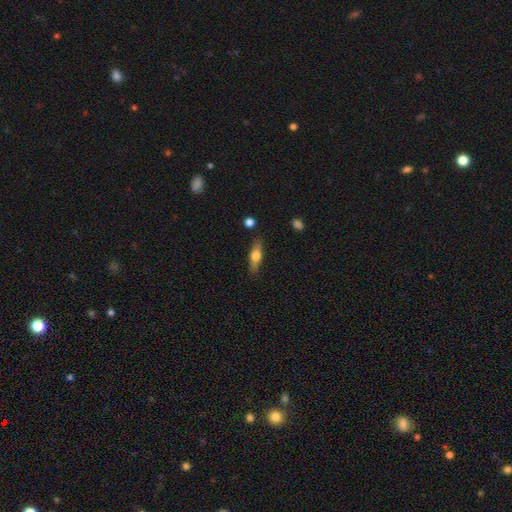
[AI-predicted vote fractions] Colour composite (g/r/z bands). It shows a smooth galaxy with no disk features (57%) that is cigar-shaped (51%). Merging: none (84%).